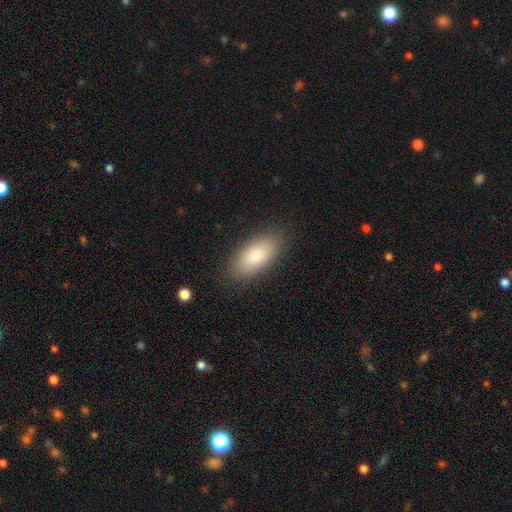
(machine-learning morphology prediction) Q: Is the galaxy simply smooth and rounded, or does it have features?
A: smooth — 84%.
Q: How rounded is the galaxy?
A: in between — 88%.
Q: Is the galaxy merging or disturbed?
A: none — 86%.